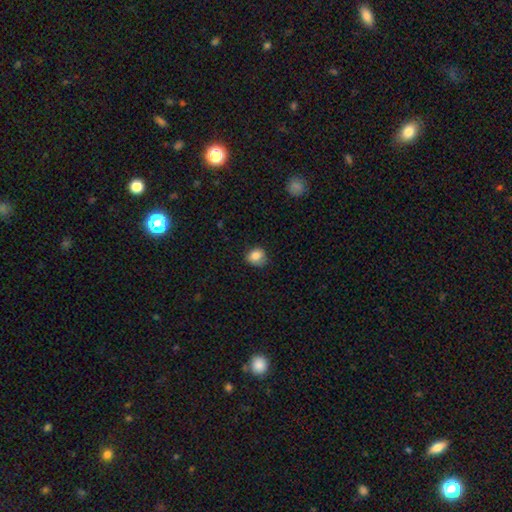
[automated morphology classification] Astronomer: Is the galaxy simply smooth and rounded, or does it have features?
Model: smooth — 84%.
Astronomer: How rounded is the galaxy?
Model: round — 63%.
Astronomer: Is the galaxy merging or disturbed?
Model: none — 66%.